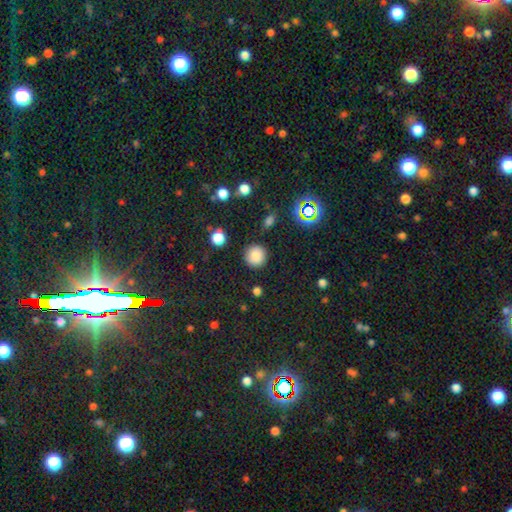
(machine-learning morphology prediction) type=smooth (82%); roundness=round (93%); merging=none (88%).